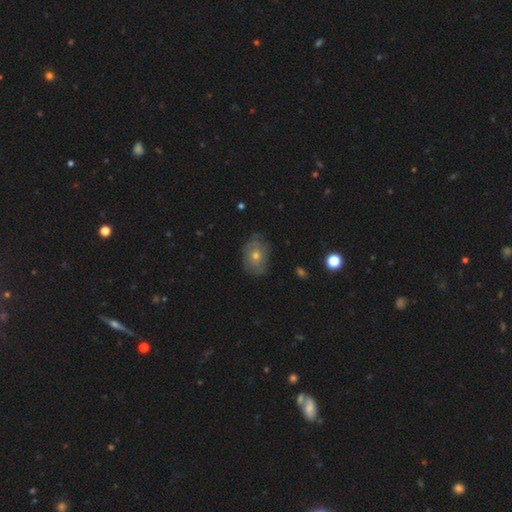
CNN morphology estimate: The model was most divided on "smooth or featured": smooth: 50%, featured or disk: 37%, star or artifact: 13%. More confident: merging — none (78%).